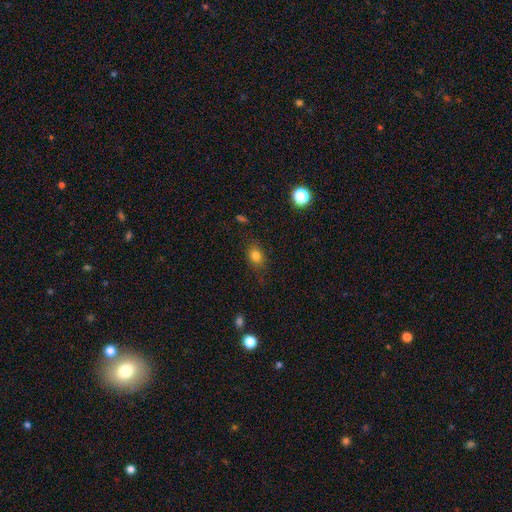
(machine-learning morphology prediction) type=smooth (81%); roundness=in between (58%); merging=none (77%).